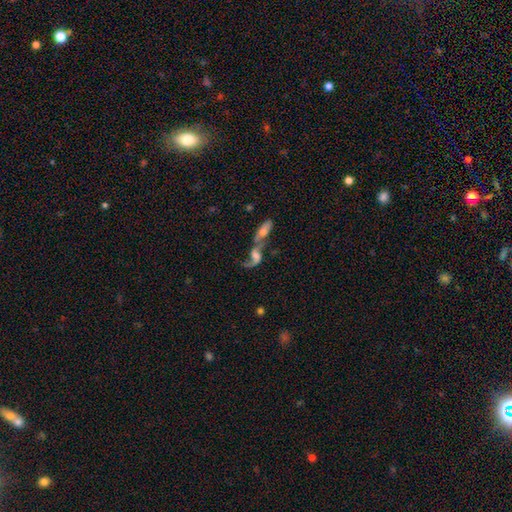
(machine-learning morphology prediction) Smooth or featured?
  - featured or disk: 62% *
  - smooth: 28%
  - star or artifact: 10%
Edge-on disk?
  - no: 92% *
  - yes: 8%
Bar?
  - no: 58% *
  - weak: 32%
  - strong: 10%
Spiral arms?
  - yes: 78% *
  - no: 22%
Bulge size?
  - moderate: 31% *
  - none: 26%
  - small: 21%
  - large: 19%
  - dominant: 3%
Merging?
  - merger: 73% *
  - none: 13%
  - major disturbance: 9%
  - minor disturbance: 5%